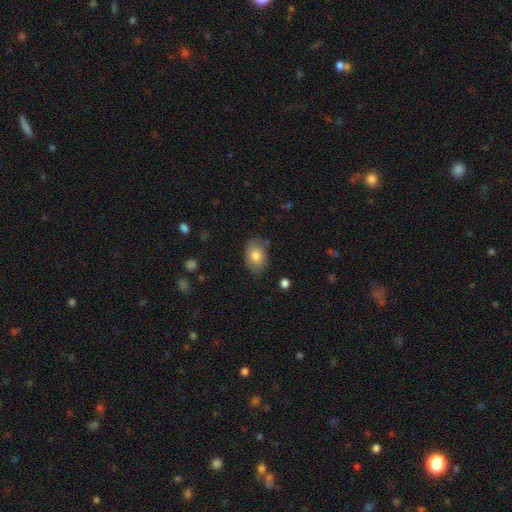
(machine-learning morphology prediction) Smooth or featured? Predicted: smooth (p=0.80). How rounded? Predicted: in between (p=0.83). Merging? Predicted: none (p=0.80).